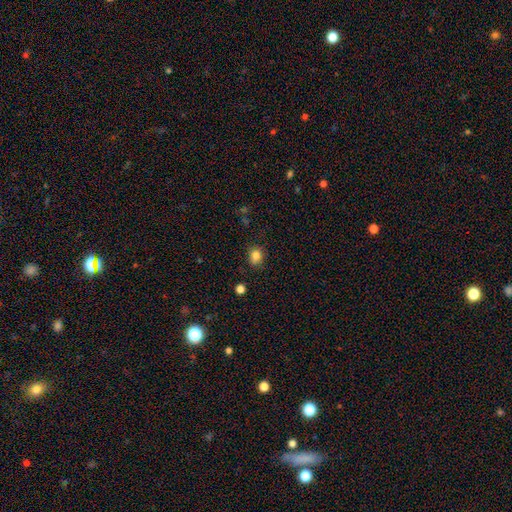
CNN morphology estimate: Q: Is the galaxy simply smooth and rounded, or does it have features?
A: smooth — 82%.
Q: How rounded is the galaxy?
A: round — 64%.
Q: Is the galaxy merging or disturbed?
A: none — 81%.